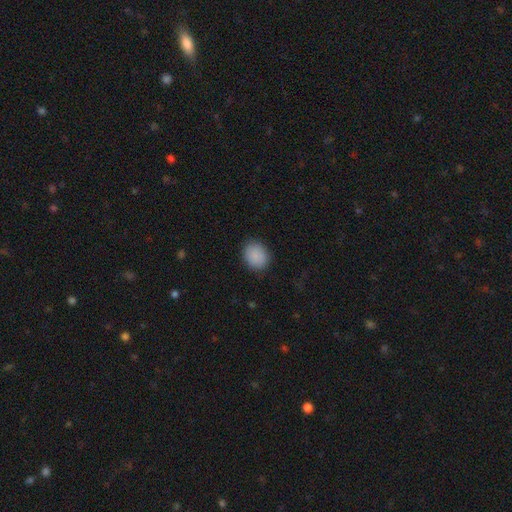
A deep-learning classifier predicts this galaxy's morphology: The model was most divided on "how rounded": round: 57%, in between: 42%, cigar-shaped: 1%. More confident: smooth or featured — smooth (88%); merging — none (86%).